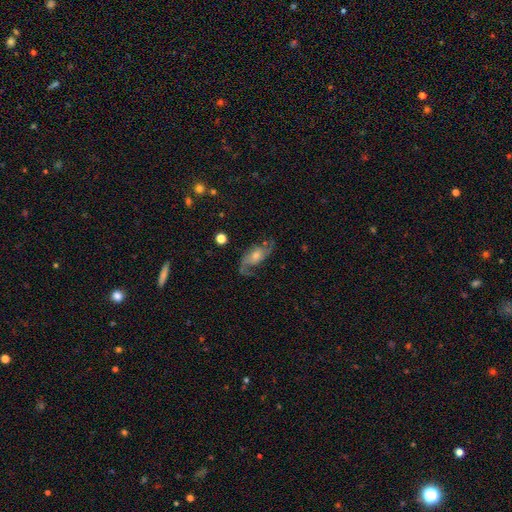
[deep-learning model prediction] featured or disk 78%, smooth 14%, star or artifact 8%. Down the decision tree: edge-on disk — no (91%); bar — no (67%); spiral arms — yes (93%); spiral arm count — 2 (83%); spiral winding — loose (45%); bulge size — moderate (49%); merging — none (70%).